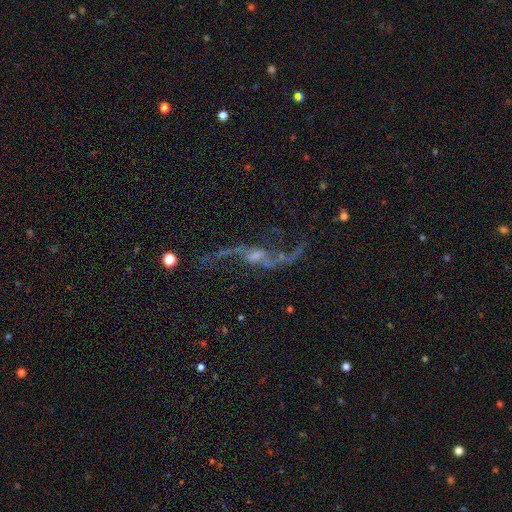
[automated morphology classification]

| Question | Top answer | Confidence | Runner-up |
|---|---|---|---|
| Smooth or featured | featured or disk | 87% | star or artifact (8%) |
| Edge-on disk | no | 92% | yes (8%) |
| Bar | weak | 41% | tied: no (41%) |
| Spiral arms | yes | 95% | no (5%) |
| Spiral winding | loose | 91% | medium (7%) |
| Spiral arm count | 2 | 93% | 1 (2%) |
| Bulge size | small | 55% | moderate (24%) |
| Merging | none | 63% | major disturbance (17%) |